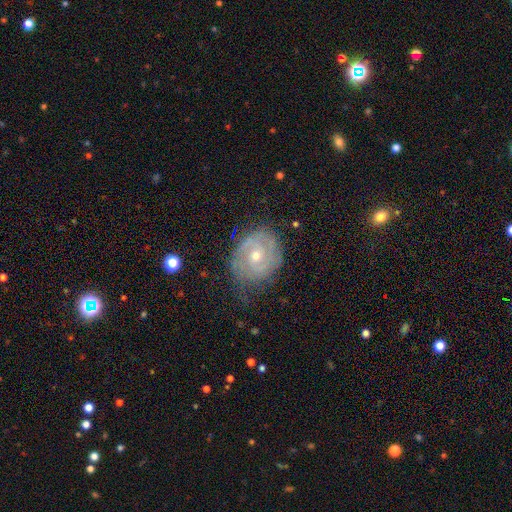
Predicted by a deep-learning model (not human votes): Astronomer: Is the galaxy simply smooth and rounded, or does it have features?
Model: featured or disk — 77%.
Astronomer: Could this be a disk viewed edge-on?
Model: no — 97%.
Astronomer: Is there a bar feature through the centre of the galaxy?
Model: no — 65%.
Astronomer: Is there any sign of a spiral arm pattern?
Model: yes — 89%.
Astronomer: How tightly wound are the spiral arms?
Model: tight — 65%.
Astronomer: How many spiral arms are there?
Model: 2 — 43% (runner-up: can't tell, 32%).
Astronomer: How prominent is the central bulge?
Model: small — 50% (runner-up: moderate, 47%).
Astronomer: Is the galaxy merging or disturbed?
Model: none — 65%.